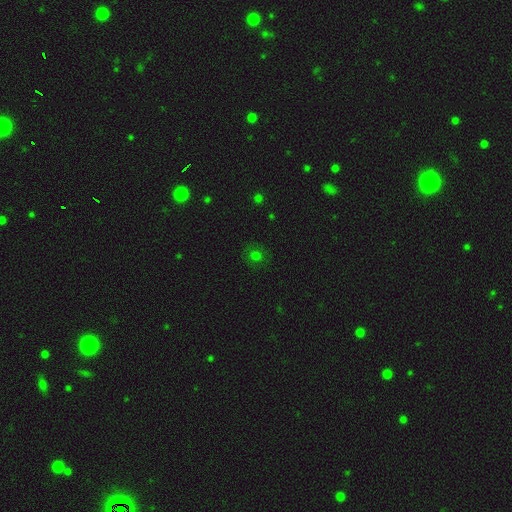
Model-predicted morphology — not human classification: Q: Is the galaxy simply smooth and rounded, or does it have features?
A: smooth — 65%.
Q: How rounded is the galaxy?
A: round — 83%.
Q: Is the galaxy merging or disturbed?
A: none — 83%.